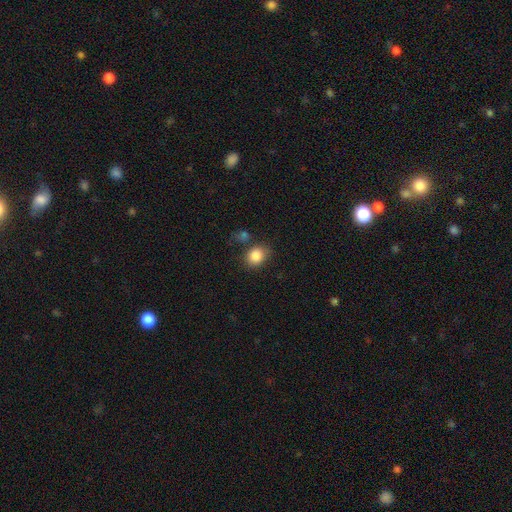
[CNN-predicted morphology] Overall: smooth (85%). How rounded: round (57%; in between 42%). Merging: none (71%).